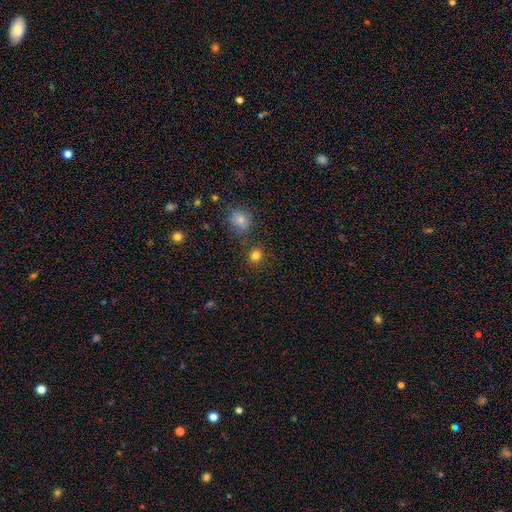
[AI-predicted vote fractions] Q: Smooth or featured?
A: smooth (80%); runner-up: star or artifact (15%)
Q: How rounded?
A: round (90%); runner-up: in between (9%)
Q: Merging?
A: none (86%); runner-up: minor disturbance (7%)